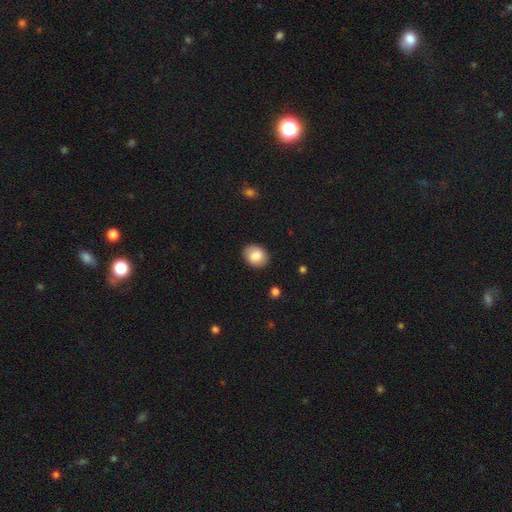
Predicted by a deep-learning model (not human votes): Smooth or featured? smooth (82%)
How rounded? in between (60%)
Merging? none (87%)